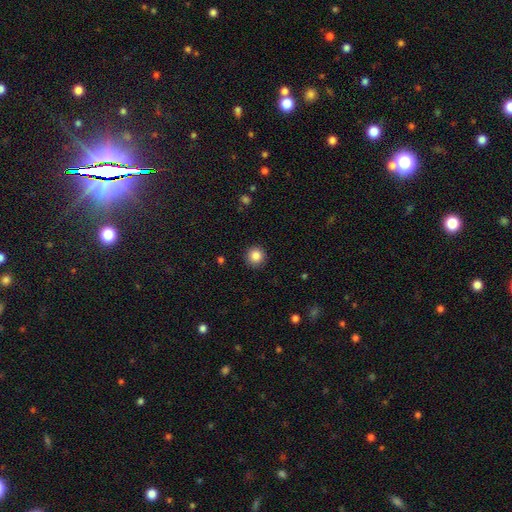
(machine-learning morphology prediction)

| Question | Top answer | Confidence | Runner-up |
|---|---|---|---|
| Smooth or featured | smooth | 86% | star or artifact (10%) |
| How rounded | round | 95% | in between (4%) |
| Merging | none | 92% | minor disturbance (5%) |